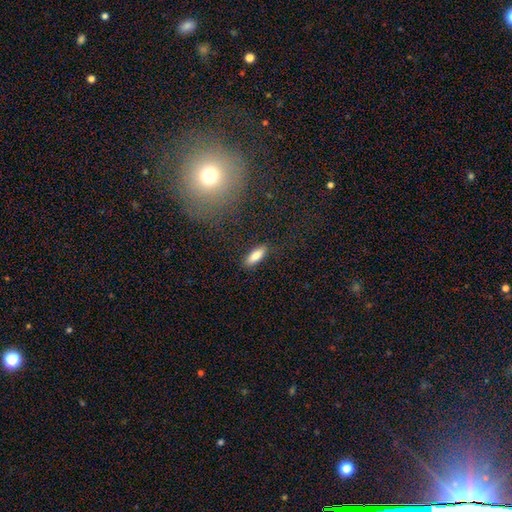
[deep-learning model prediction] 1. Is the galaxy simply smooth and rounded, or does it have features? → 80% smooth, 13% featured or disk, 7% star or artifact.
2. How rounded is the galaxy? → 66% in between, 31% cigar-shaped, 2% round.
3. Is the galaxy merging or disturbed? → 87% none, 9% minor disturbance, 2% major disturbance, 1% merger.